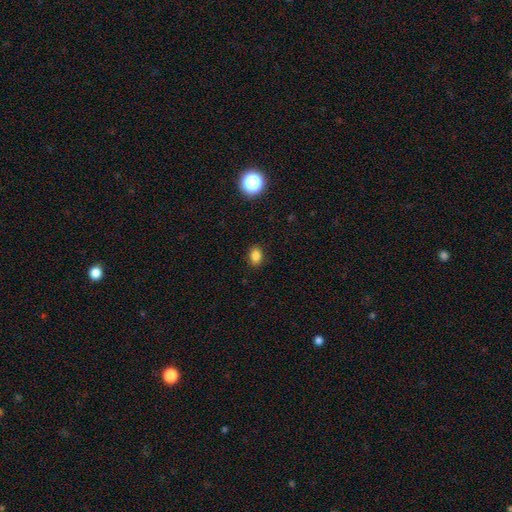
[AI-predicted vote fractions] The model was most divided on "how rounded": in between: 72%, round: 27%, cigar-shaped: 1%. More confident: merging — none (88%); smooth or featured — smooth (84%).